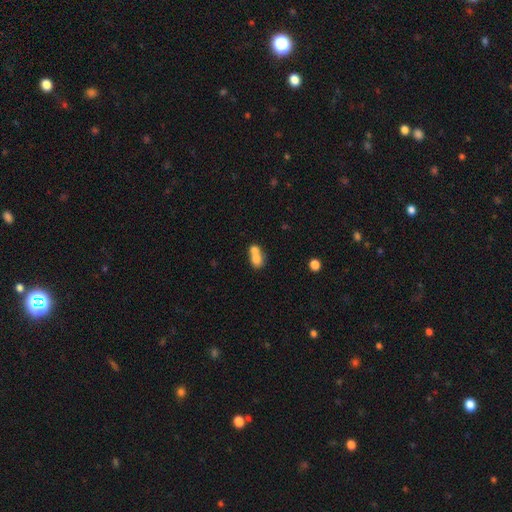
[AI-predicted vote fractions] This is likely a smooth galaxy (72%). How rounded: possibly in between (50%). Merging: likely merger (71%).